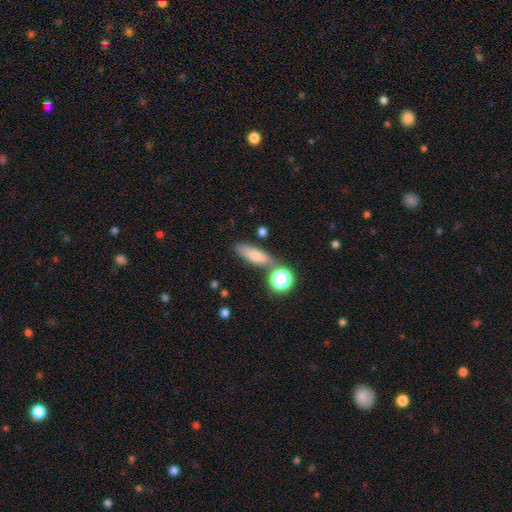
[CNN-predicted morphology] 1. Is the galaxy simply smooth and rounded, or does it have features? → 71% smooth, 17% featured or disk, 12% star or artifact.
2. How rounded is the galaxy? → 50% in between, 42% cigar-shaped, 8% round.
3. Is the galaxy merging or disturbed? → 67% none, 15% minor disturbance, 13% merger, 5% major disturbance.